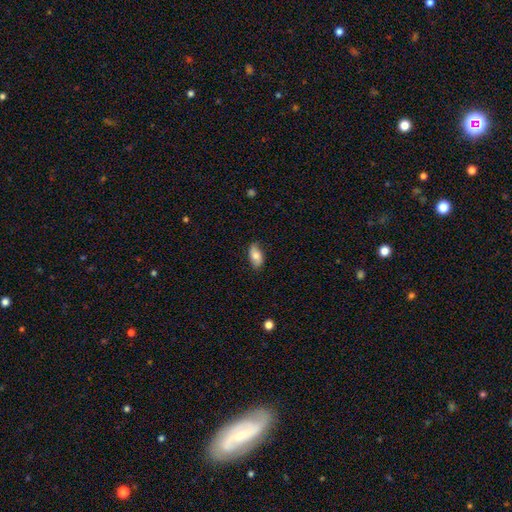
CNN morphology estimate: Smooth or featured? Predicted: smooth (p=0.73). How rounded? Predicted: in between (p=0.92). Merging? Predicted: none (p=0.78).